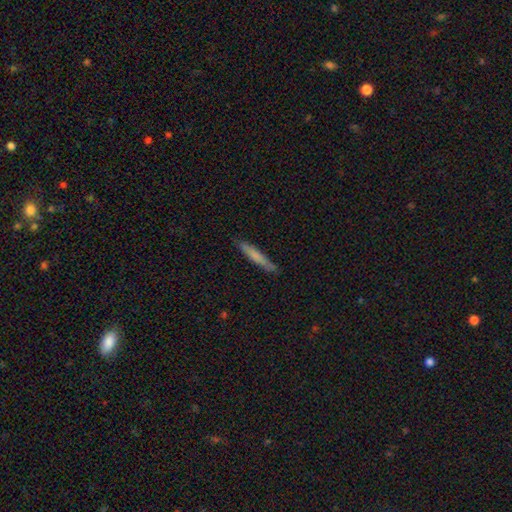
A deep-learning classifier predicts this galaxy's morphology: This is likely a smooth galaxy (68%). How rounded: clearly cigar-shaped (95%). Merging: clearly none (86%).